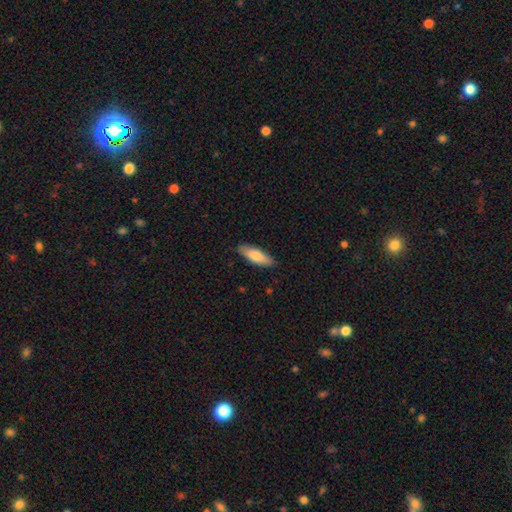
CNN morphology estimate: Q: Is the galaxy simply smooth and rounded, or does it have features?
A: smooth — 75%.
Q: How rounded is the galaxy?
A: in between — 58%.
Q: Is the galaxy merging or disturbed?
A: none — 86%.